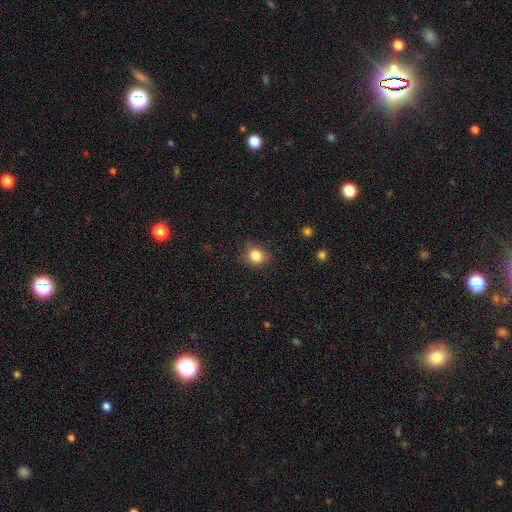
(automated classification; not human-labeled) Smooth or featured? Predicted: smooth (p=0.83). How rounded? Predicted: round (p=0.76). Merging? Predicted: none (p=0.81).